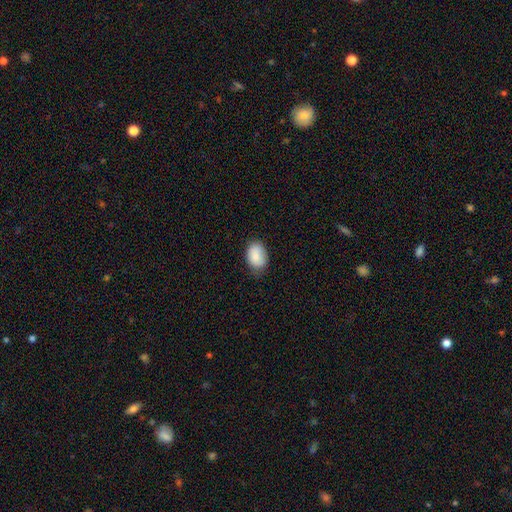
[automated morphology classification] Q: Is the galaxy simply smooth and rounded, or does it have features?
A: smooth — 87%.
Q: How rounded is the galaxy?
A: in between — 81%.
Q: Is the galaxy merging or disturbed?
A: none — 69%.